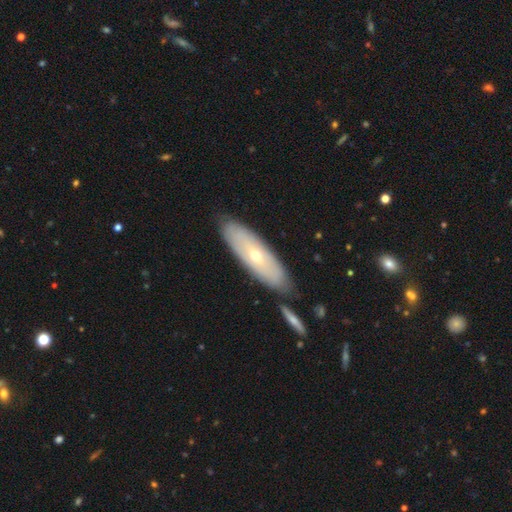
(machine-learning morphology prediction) Smooth or featured? Predicted: featured or disk (p=0.47, tied with smooth). Merging? Predicted: none (p=0.80).